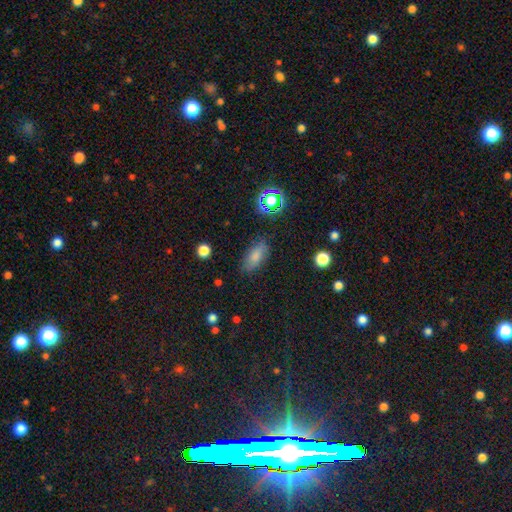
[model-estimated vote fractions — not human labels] Overall: smooth (78%). How rounded: in between (83%). Merging: none (82%).